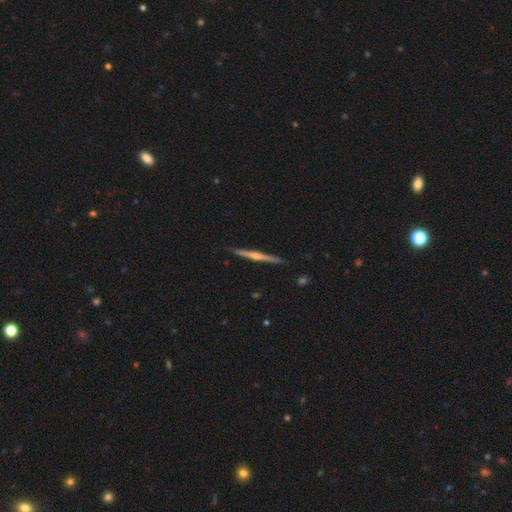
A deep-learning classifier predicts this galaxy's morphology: Smooth or featured? featured or disk (79%)
Edge-on disk? yes (99%)
Edge-on bulge? rounded (81%)
Merging? none (92%)